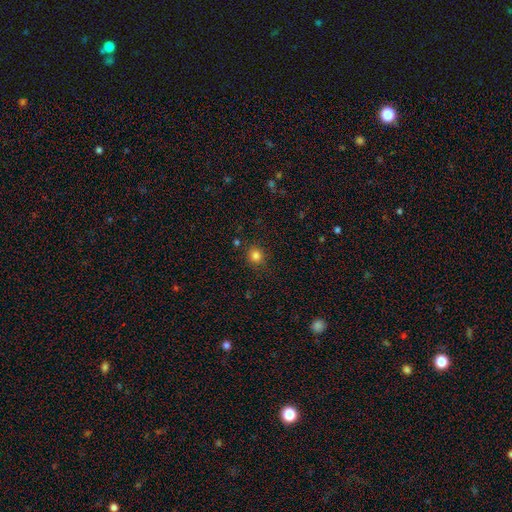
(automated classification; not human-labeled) Morphology: type=smooth (82%); roundness=round (88%); merging=none (86%).